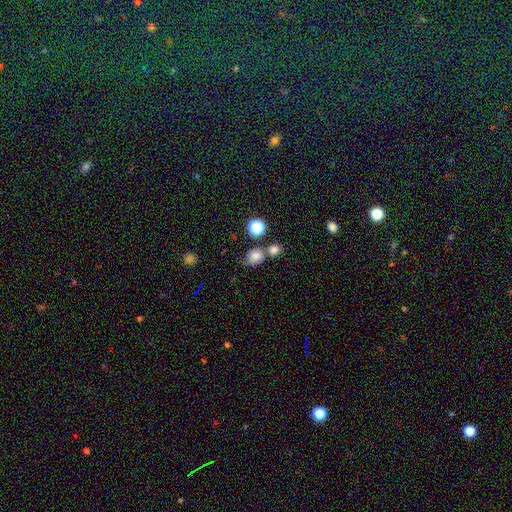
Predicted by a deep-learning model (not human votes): Q: Smooth or featured?
A: smooth (78%); runner-up: star or artifact (14%)
Q: How rounded?
A: round (60%); runner-up: in between (39%)
Q: Merging?
A: none (52%); runner-up: merger (27%)